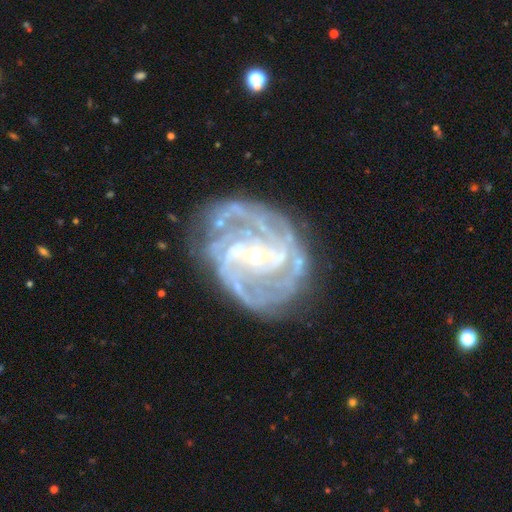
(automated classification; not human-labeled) The model was most divided on "spiral arm count": 2: 25%, 3: 24%, can't tell: 20%, 4: 17%, more than 4: 8%, 1: 6%. Remaining: spiral arms — yes (97%); edge-on disk — no (97%); smooth or featured — featured or disk (91%); merging — none (72%); spiral winding — tight (62%); bulge size — small (55%); bar — no (43%).